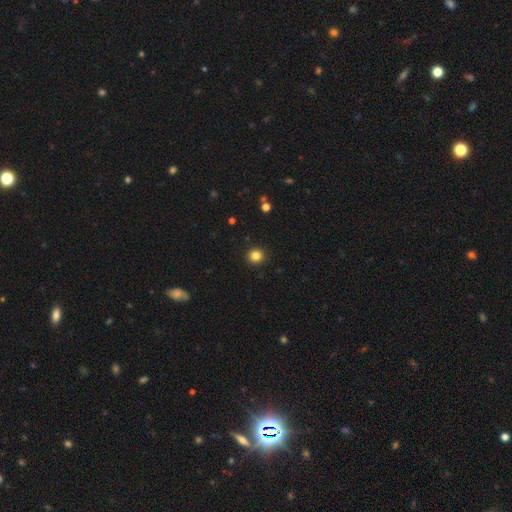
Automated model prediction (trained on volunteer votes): This is clearly a smooth galaxy (84%). How rounded: clearly round (89%). Merging: clearly none (92%).